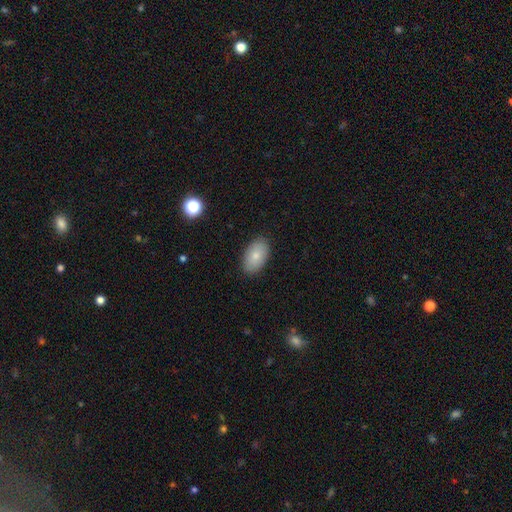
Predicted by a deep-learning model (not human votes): This appears to be a smooth galaxy with no disk features (82%) that is in between round and cigar-shaped (94%). Merging: none (88%).